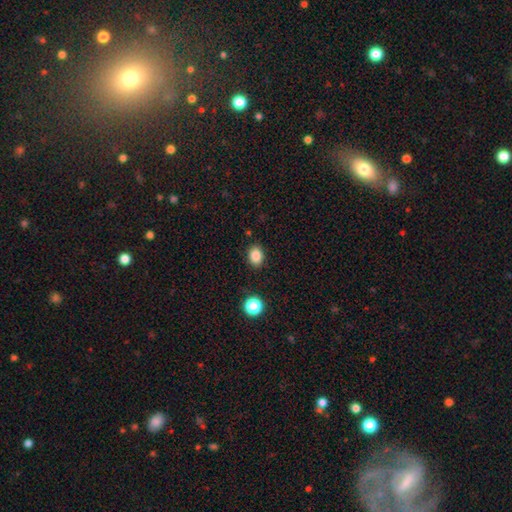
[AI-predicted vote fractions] Q: Smooth or featured?
A: smooth (86%); runner-up: star or artifact (10%)
Q: How rounded?
A: in between (60%); runner-up: round (39%)
Q: Merging?
A: none (86%); runner-up: minor disturbance (9%)